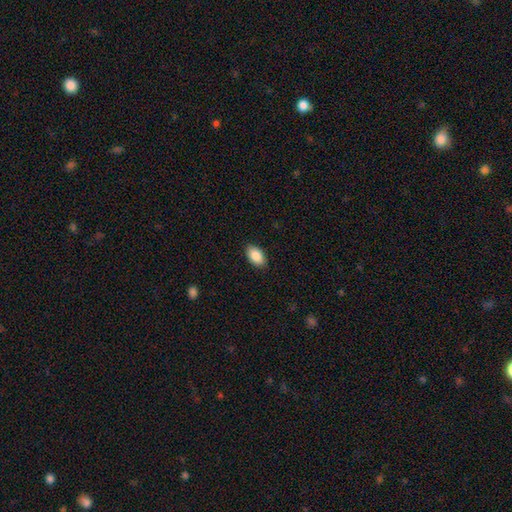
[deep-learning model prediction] Smooth or featured?
  - smooth: 89% *
  - star or artifact: 7%
  - featured or disk: 5%
How rounded?
  - in between: 93% *
  - round: 5%
  - cigar-shaped: 2%
Merging?
  - none: 88% *
  - minor disturbance: 9%
  - major disturbance: 2%
  - merger: 1%